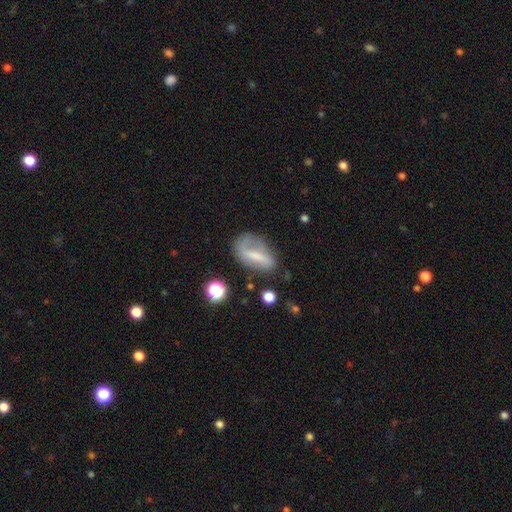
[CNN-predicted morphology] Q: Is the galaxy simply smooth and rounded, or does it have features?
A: featured or disk — 48%.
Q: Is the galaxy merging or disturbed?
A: none — 55%.